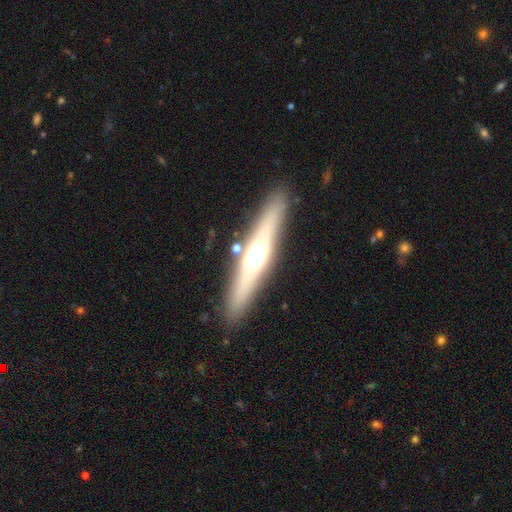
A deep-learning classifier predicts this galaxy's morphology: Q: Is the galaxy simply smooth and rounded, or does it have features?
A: featured or disk — 55%.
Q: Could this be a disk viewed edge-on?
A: yes — 89%.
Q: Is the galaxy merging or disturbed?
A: none — 88%.